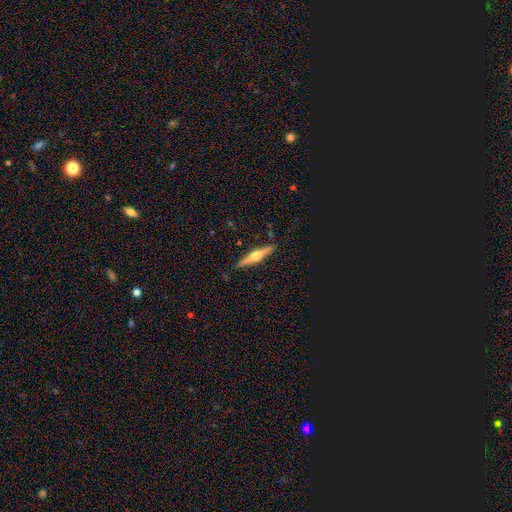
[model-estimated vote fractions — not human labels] This appears to be a featured or disk galaxy (71%) viewed edge-on (98%) with a rounded central bulge (93%). Merging: none (88%).